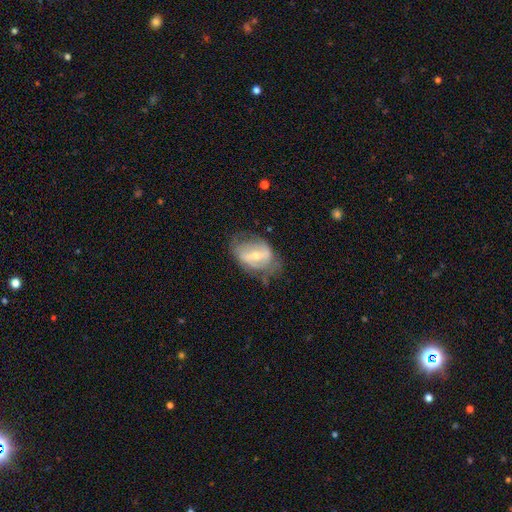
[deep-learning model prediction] featured or disk 69%, smooth 24%, star or artifact 7%. Down the decision tree: edge-on disk — no (94%); bar — strong (44%); spiral arms — yes (67%); bulge size — small (50%); merging — none (54%).